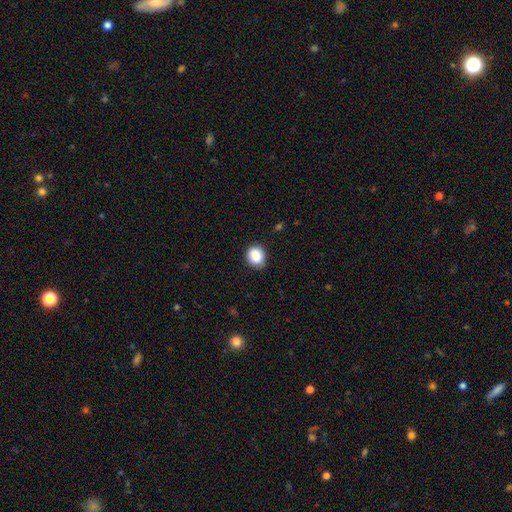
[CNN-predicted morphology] This appears to be a smooth galaxy with no disk features (87%) that is round (68%). Merging: none (83%).